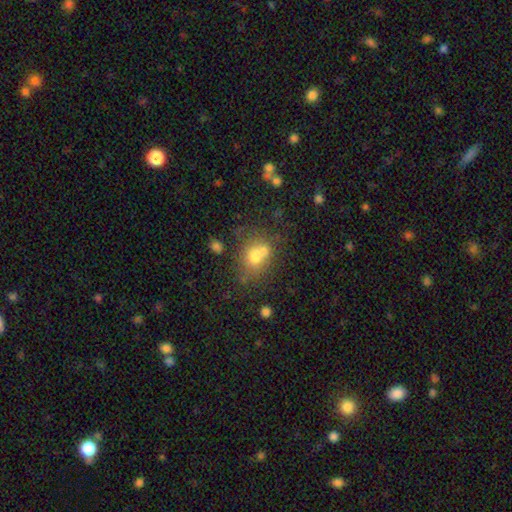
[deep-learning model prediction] Smooth or featured? Predicted: smooth (p=0.69). How rounded? Predicted: round (p=0.58). Merging? Predicted: none (p=0.42).